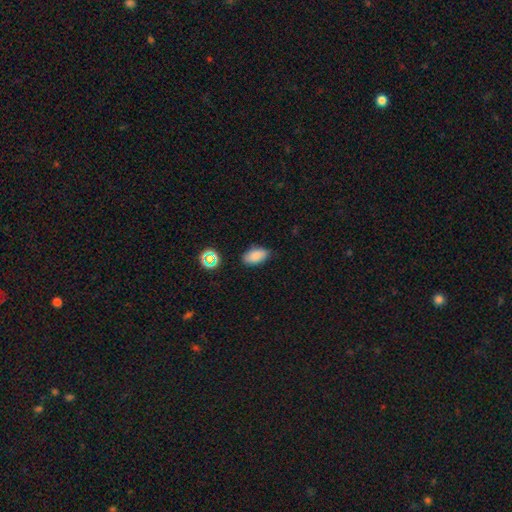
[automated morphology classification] A smooth galaxy with no disk features (83%) that is in between round and cigar-shaped (91%).

Vote fractions:
- Smooth or featured? smooth: 83% / star or artifact: 11% / featured or disk: 7%
- How rounded? in between: 91% / round: 6% / cigar-shaped: 2%
- Merging? none: 80% / minor disturbance: 15% / major disturbance: 3% / merger: 2%